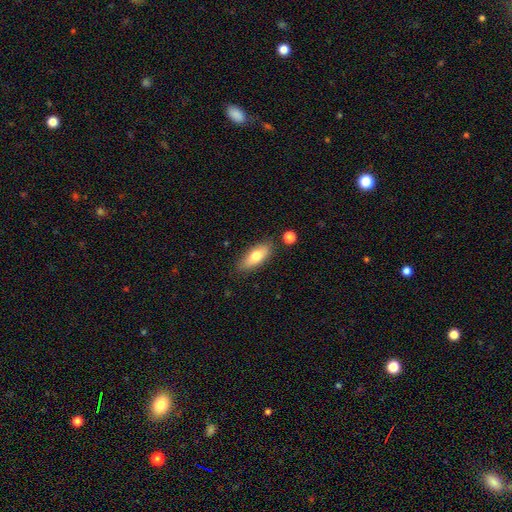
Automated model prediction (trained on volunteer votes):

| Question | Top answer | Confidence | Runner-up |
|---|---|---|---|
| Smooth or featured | smooth | 72% | featured or disk (21%) |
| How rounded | in between | 76% | cigar-shaped (21%) |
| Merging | none | 81% | minor disturbance (13%) |